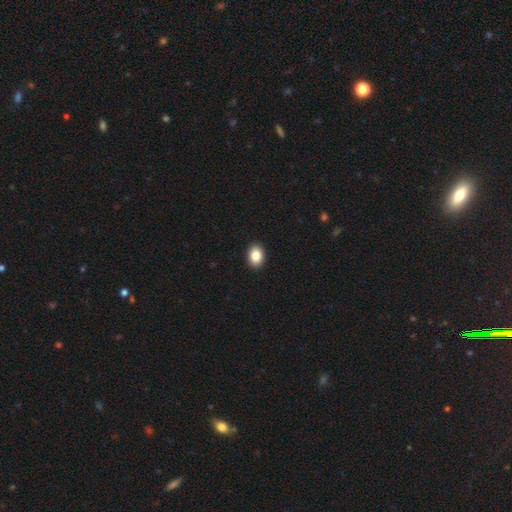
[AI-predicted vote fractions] Morphology: type=smooth (87%); roundness=in between (74%); merging=none (92%).